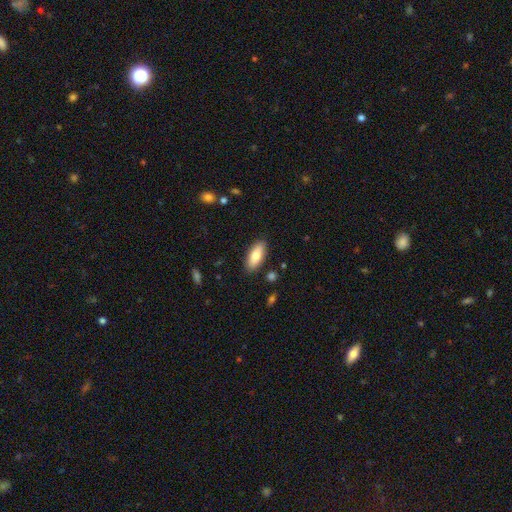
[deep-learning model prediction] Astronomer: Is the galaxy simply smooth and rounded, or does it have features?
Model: smooth — 80%.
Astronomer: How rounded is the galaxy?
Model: in between — 81%.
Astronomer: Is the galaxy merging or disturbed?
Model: none — 87%.